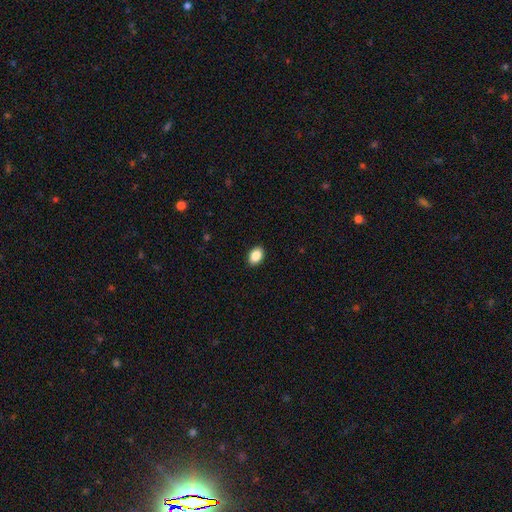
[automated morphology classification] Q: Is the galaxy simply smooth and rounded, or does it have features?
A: smooth — 88%.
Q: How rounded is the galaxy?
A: in between — 82%.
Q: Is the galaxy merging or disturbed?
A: none — 91%.